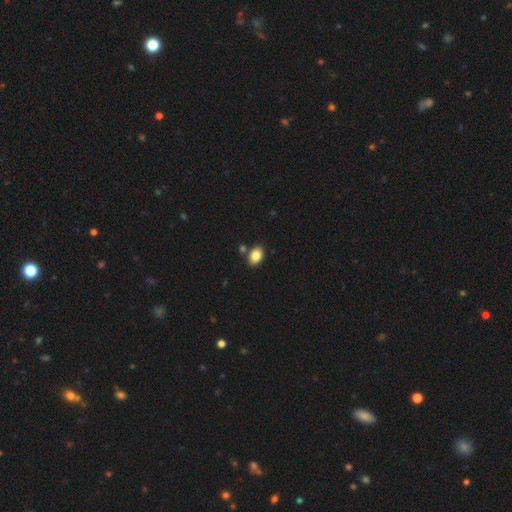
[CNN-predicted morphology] This is clearly a smooth galaxy (84%). How rounded: likely in between (80%). Merging: clearly none (80%).